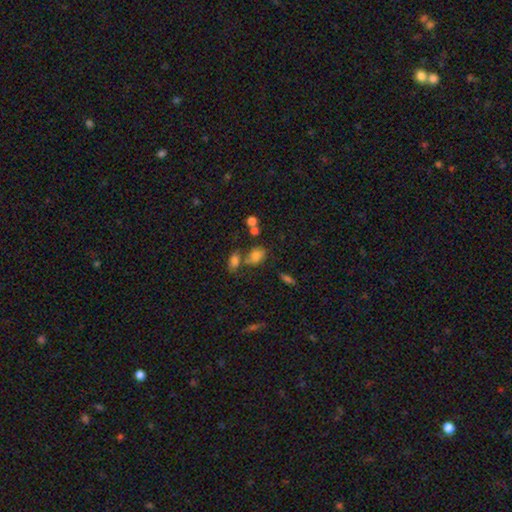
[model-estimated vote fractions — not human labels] A smooth galaxy with no disk features (73%) that is in between round and cigar-shaped (65%). Merging: none (48%).